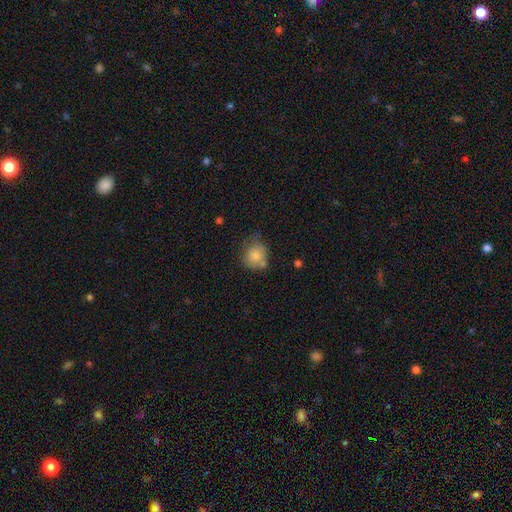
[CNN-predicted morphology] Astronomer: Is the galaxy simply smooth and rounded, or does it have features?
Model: smooth — 79%.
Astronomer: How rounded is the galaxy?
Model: round — 75%.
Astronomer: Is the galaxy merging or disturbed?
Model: none — 49% (runner-up: minor disturbance, 28%).